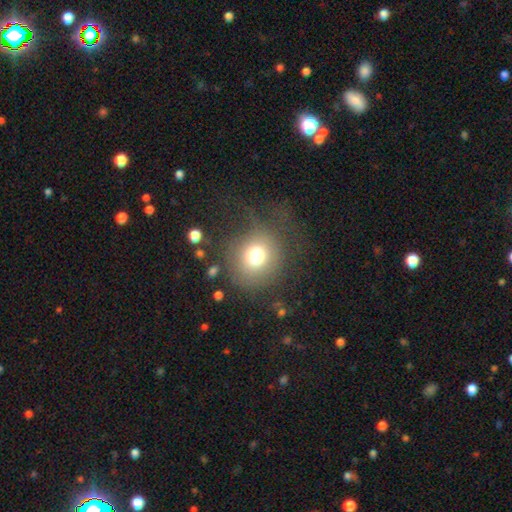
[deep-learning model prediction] The model was most divided on "merging": none: 62%, major disturbance: 21%, minor disturbance: 15%, merger: 2%. More confident: how rounded — round (87%); smooth or featured — smooth (71%).